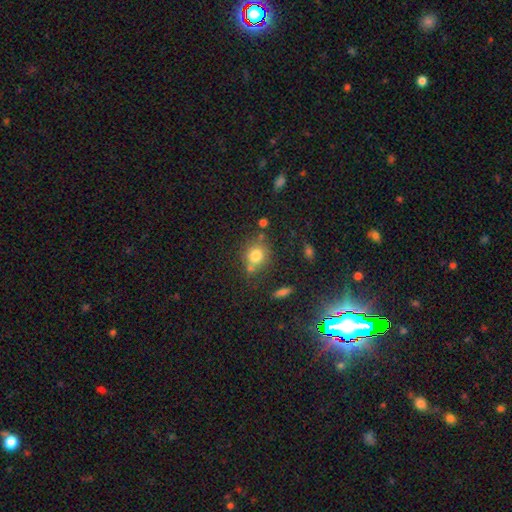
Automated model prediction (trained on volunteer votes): smooth 79%, star or artifact 12%, featured or disk 10%. Down the decision tree: how rounded — round (73%); merging — none (63%).